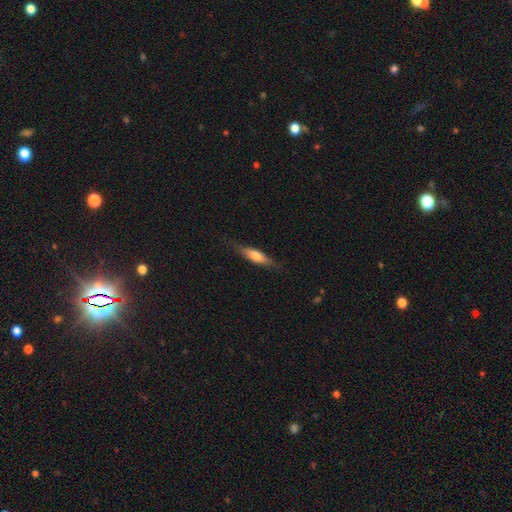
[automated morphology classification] This is likely a smooth galaxy (62%). How rounded: likely cigar-shaped (66%). Merging: likely none (79%).